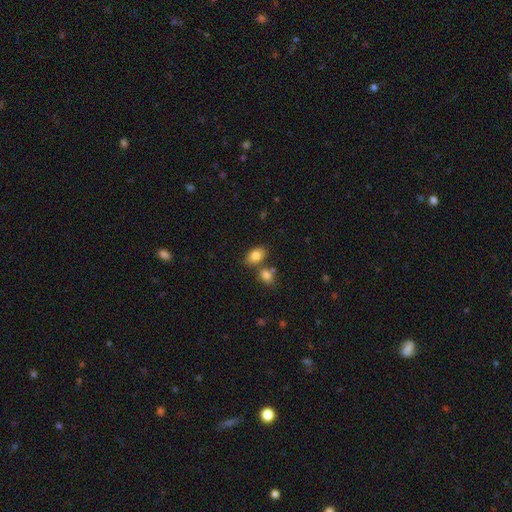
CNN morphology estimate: smooth 83%, star or artifact 9%, featured or disk 8%. Down the decision tree: how rounded — in between (86%); merging — none (66%).